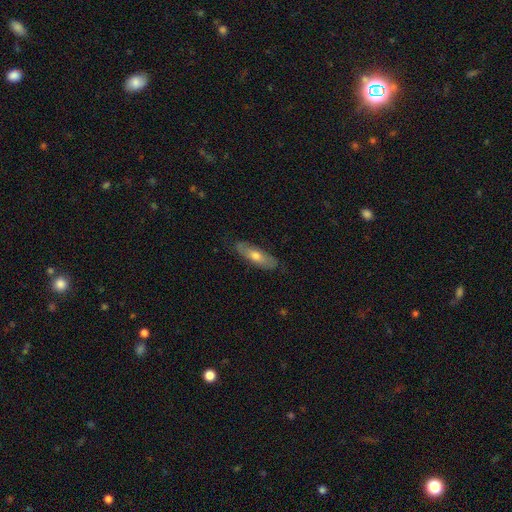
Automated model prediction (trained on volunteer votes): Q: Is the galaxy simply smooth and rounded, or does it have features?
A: smooth — 50%.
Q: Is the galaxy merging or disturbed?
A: none — 81%.